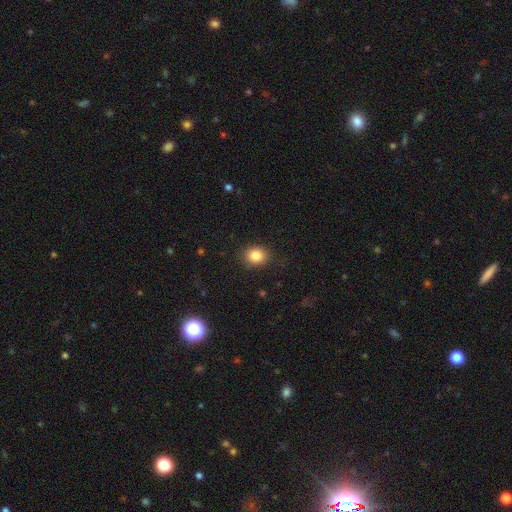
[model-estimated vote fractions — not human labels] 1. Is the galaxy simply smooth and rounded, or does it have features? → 85% smooth, 10% star or artifact, 5% featured or disk.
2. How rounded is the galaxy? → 60% round, 39% in between, 1% cigar-shaped.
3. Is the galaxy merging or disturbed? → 88% none, 9% minor disturbance, 3% major disturbance, 1% merger.